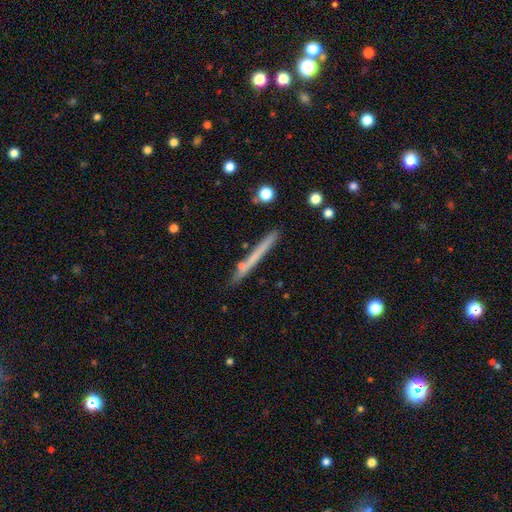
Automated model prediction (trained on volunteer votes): A smooth galaxy with no disk features (55%) that is cigar-shaped (97%). Merging: none (85%).